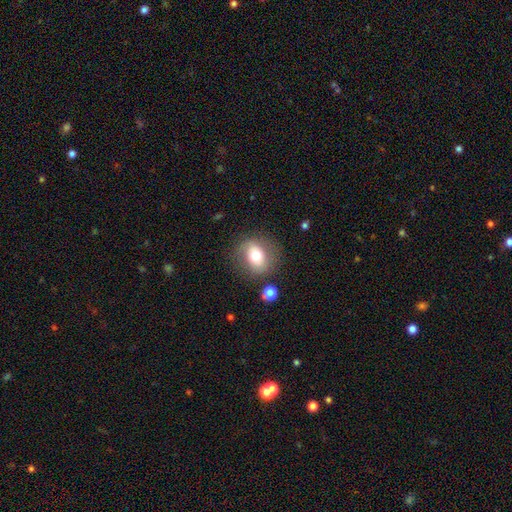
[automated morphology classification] smooth-or-featured: smooth: 69% | featured or disk: 22% | star or artifact: 10%
  how-rounded: round: 55% | in between: 44% | cigar-shaped: 1%
  merging: none: 76% | minor disturbance: 14% | major disturbance: 6% | merger: 4%